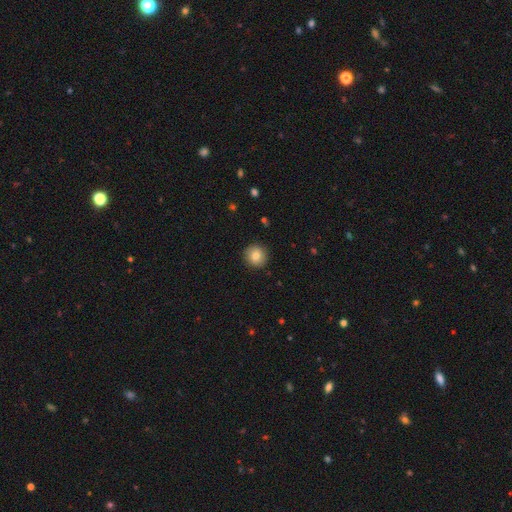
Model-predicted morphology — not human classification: smooth 80%, featured or disk 11%, star or artifact 9%. Down the decision tree: how rounded — round (94%); merging — none (91%).